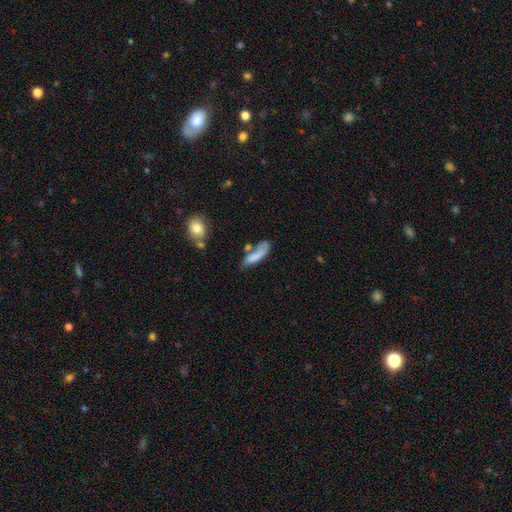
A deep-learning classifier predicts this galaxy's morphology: smooth-or-featured: smooth: 73% | featured or disk: 18% | star or artifact: 8%
  how-rounded: in between: 51% | cigar-shaped: 46% | round: 3%
  merging: none: 36% | minor disturbance: 25% | merger: 20% | major disturbance: 19%